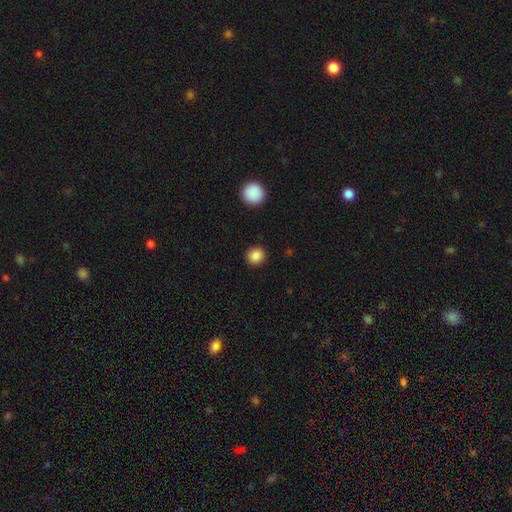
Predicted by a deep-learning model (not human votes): This appears to be a smooth galaxy with no disk features (87%) that is round (92%). Merging: none (91%).